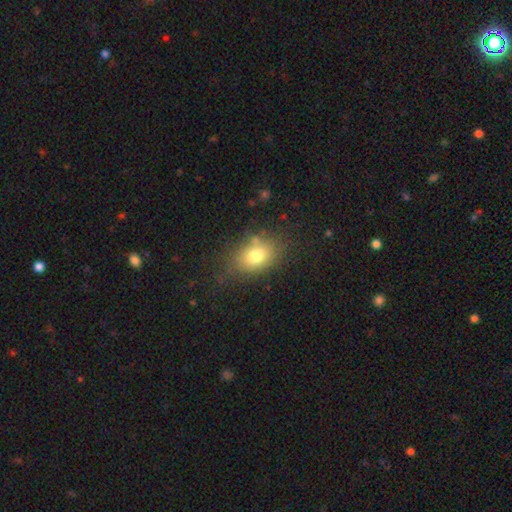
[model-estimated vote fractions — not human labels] The model was most divided on "how rounded": in between: 75%, round: 24%, cigar-shaped: 1%. More confident: smooth or featured — smooth (77%); merging — none (74%).